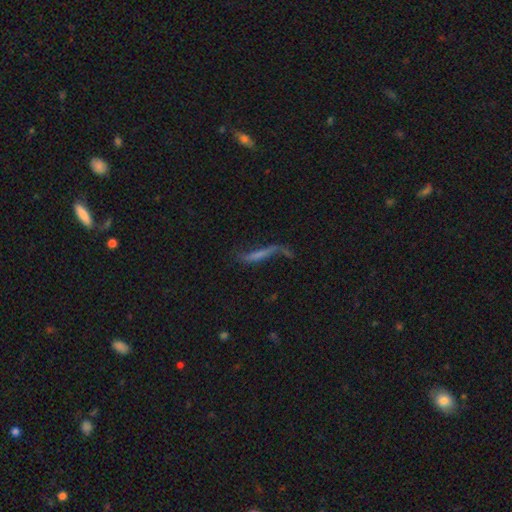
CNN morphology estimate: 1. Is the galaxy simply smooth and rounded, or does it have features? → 49% featured or disk, 39% smooth, 13% star or artifact.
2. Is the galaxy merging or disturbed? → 40% none, 28% major disturbance, 23% minor disturbance, 9% merger.